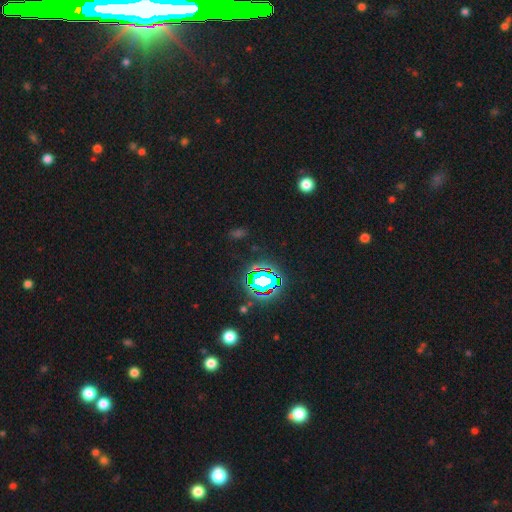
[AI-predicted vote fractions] Q: Smooth or featured?
A: star or artifact (81%); runner-up: smooth (12%)